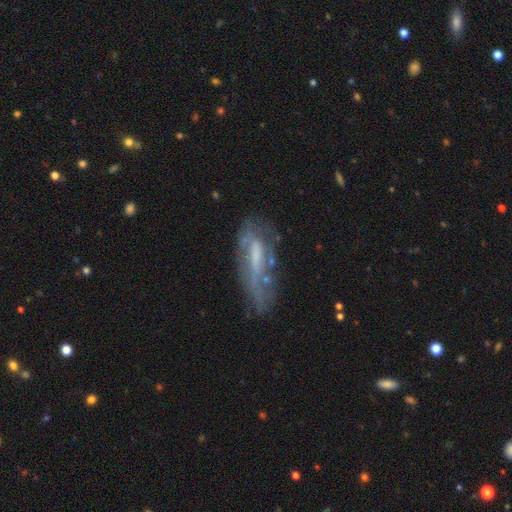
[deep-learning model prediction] Smooth or featured?
  - featured or disk: 60% *
  - smooth: 31%
  - star or artifact: 10%
Edge-on disk?
  - no: 74% *
  - yes: 26%
Merging?
  - none: 46% *
  - minor disturbance: 27%
  - major disturbance: 22%
  - merger: 5%